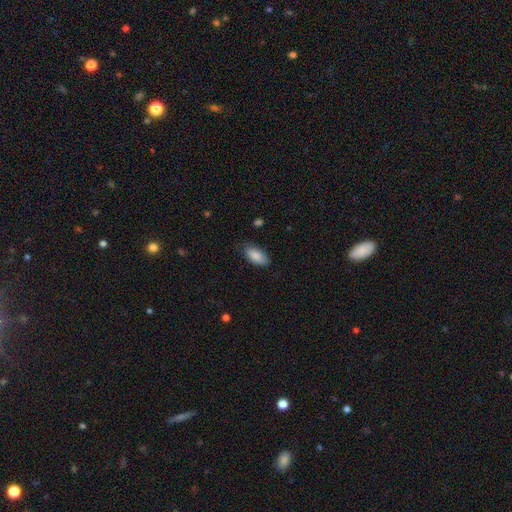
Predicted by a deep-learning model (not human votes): Smooth or featured? smooth (86%)
How rounded? in between (91%)
Merging? none (72%)